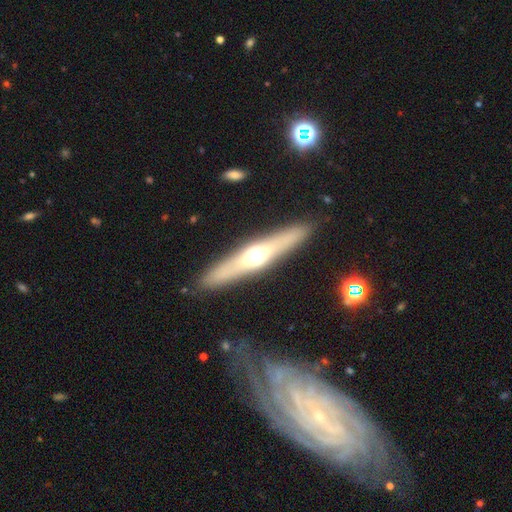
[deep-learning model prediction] A featured or disk galaxy (56%) viewed edge-on (90%) with a rounded central bulge (92%). Merging: none (89%).